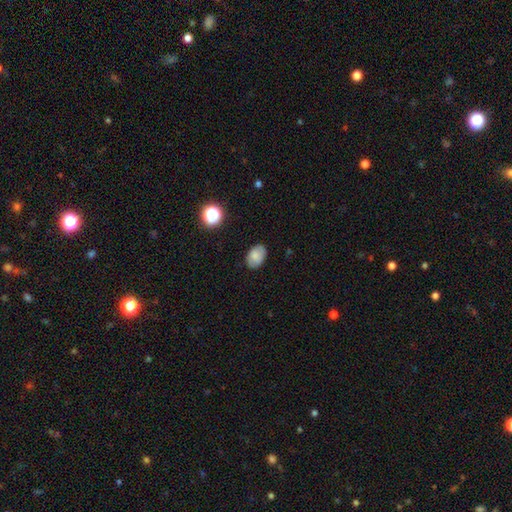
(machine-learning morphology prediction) This is likely a smooth galaxy (80%). How rounded: clearly in between (85%). Merging: clearly none (84%).